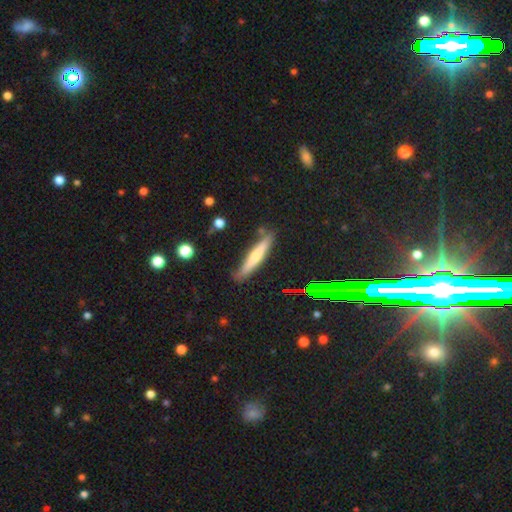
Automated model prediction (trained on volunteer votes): Smooth or featured?
  - smooth: 54% *
  - featured or disk: 38%
  - star or artifact: 8%
How rounded?
  - cigar-shaped: 92% *
  - in between: 7%
  - round: 1%
Merging?
  - none: 78% *
  - minor disturbance: 15%
  - merger: 3%
  - major disturbance: 3%